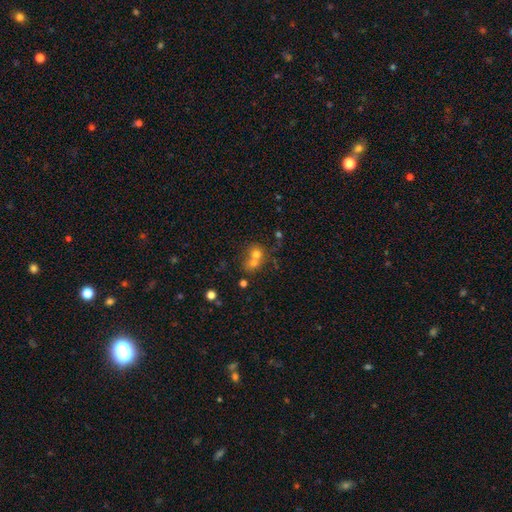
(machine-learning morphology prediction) Q: Smooth or featured?
A: smooth (62%); runner-up: featured or disk (20%)
Q: How rounded?
A: round (75%); runner-up: in between (24%)
Q: Merging?
A: merger (61%); runner-up: none (29%)